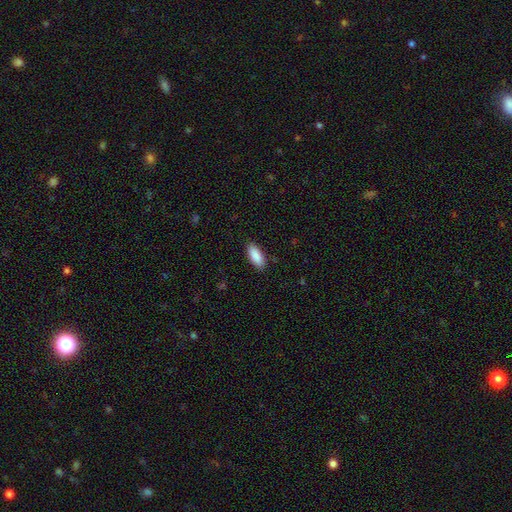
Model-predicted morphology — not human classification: Smooth or featured? Predicted: smooth (p=0.90). How rounded? Predicted: in between (p=0.81). Merging? Predicted: none (p=0.88).